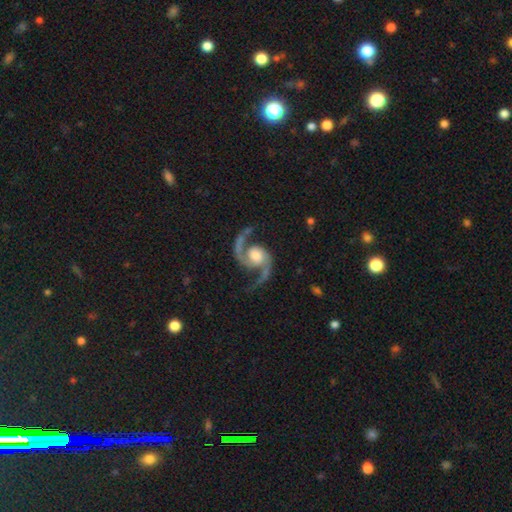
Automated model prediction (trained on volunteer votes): Smooth or featured: featured or disk — 93% (star or artifact — 4%)
Edge-on disk: no — 98% (yes — 2%)
Bar: no — 64% (weak — 27%)
Spiral arms: yes — 98% (no — 2%)
Spiral winding: loose — 48% (medium — 45%)
Spiral arm count: 2 — 94% (1 — 1%)
Bulge size: moderate — 43% (large — 33%)
Merging: none — 75% (minor disturbance — 14%)